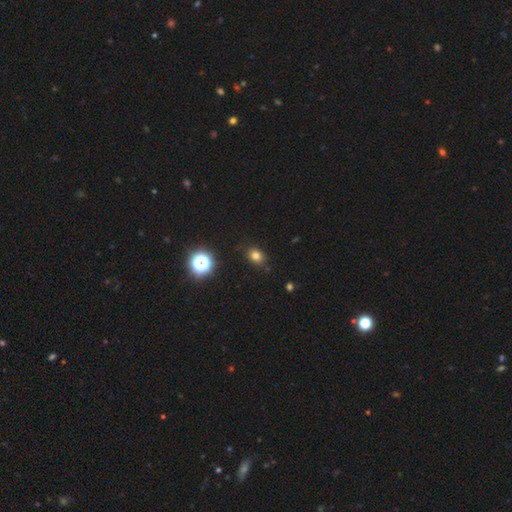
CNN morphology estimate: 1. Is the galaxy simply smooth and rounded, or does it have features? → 77% smooth, 16% star or artifact, 7% featured or disk.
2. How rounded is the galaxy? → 51% in between, 48% round, 1% cigar-shaped.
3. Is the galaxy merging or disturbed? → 84% none, 11% minor disturbance, 3% major disturbance, 2% merger.